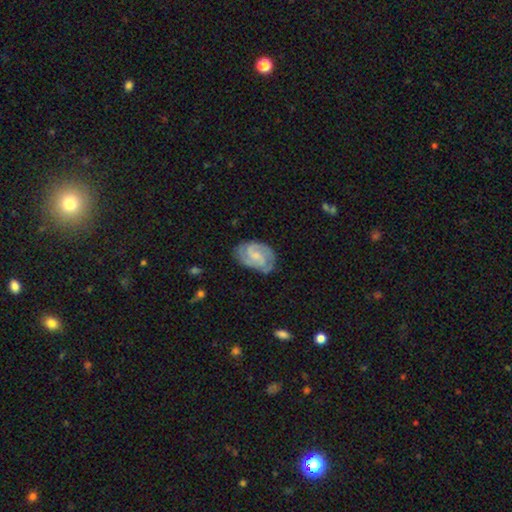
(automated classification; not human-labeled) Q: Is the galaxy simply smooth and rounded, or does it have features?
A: featured or disk — 81%.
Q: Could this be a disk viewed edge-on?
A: no — 98%.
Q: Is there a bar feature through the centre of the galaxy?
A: weak — 49%.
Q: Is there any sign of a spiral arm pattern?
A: yes — 96%.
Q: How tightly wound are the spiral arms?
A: tight — 47%.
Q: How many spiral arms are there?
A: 2 — 58%.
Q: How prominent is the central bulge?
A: small — 55%.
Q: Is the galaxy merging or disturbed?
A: none — 72%.